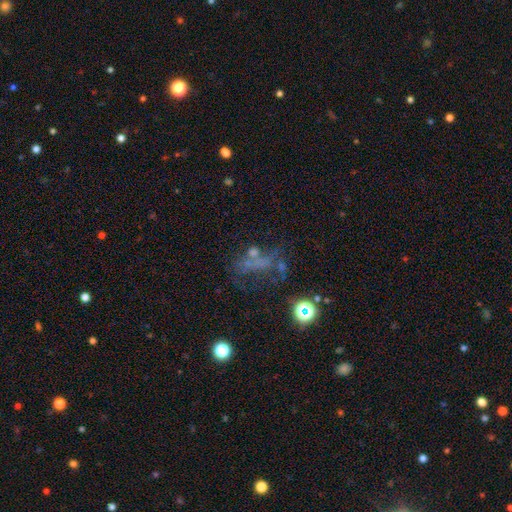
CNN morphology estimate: This appears to be a featured or disk galaxy (36%). Merging: none (38%).